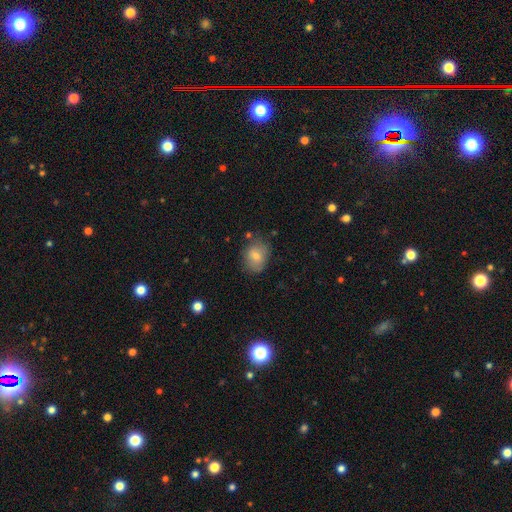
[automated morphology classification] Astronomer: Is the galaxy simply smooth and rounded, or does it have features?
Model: smooth — 72%.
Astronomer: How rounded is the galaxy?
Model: in between — 59% (runner-up: round, 40%).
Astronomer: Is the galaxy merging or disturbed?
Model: none — 74%.